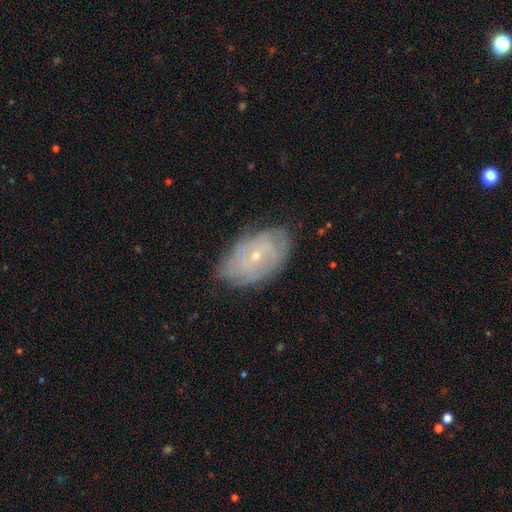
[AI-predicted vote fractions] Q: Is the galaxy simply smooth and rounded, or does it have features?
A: featured or disk — 72%.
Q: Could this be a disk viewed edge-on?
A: no — 95%.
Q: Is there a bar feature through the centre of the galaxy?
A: no — 72%.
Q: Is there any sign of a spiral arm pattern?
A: yes — 85%.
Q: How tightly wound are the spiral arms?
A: tight — 68%.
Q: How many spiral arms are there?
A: can't tell — 54%.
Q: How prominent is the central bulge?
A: small — 74%.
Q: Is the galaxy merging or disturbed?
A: none — 75%.